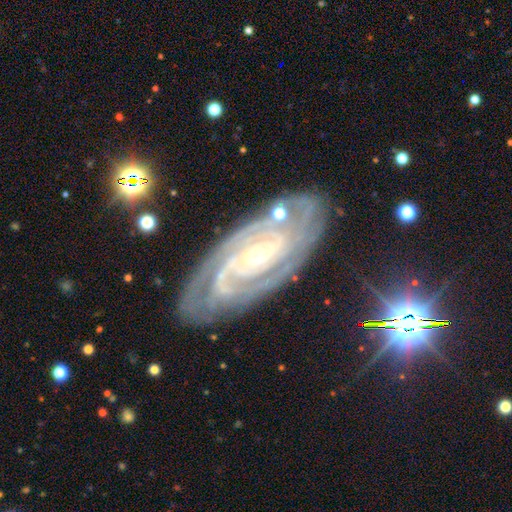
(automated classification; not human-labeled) This is clearly a featured or disk galaxy (90%). It is clearly not viewed edge-on (94%). Bar: possibly no (47%). Spiral arm pattern: clearly yes (98%). Spiral arm count: marginally 2 (33%). Spiral winding: likely tight (71%). Central bulge: likely small (73%). Merging: likely none (79%).